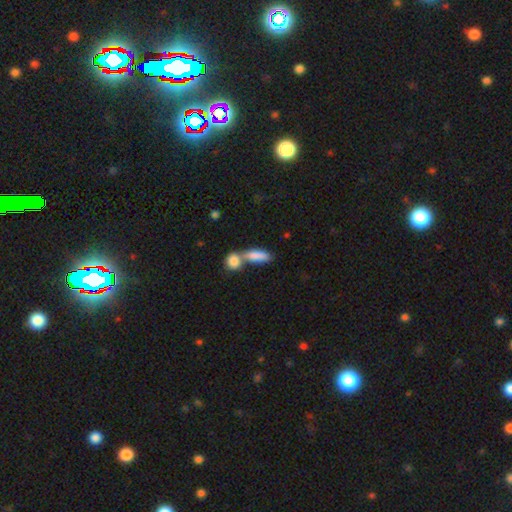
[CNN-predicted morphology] smooth-or-featured: smooth: 83% | featured or disk: 10% | star or artifact: 7%
  how-rounded: in between: 67% | cigar-shaped: 26% | round: 6%
  merging: merger: 57% | none: 31% | minor disturbance: 8% | major disturbance: 4%